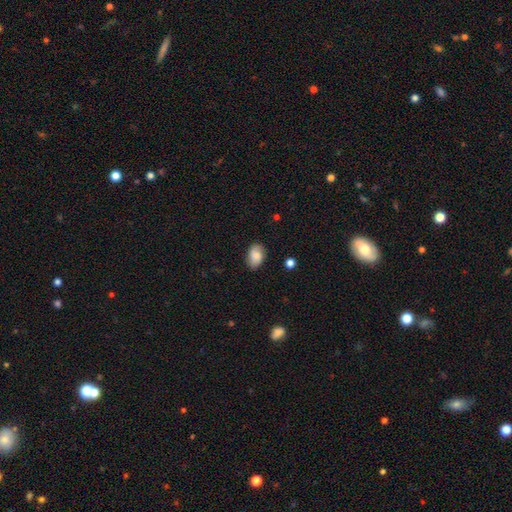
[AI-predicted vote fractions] smooth-or-featured: smooth: 76% | featured or disk: 16% | star or artifact: 8%
  how-rounded: in between: 87% | round: 12% | cigar-shaped: 1%
  merging: none: 81% | minor disturbance: 15% | major disturbance: 3% | merger: 1%